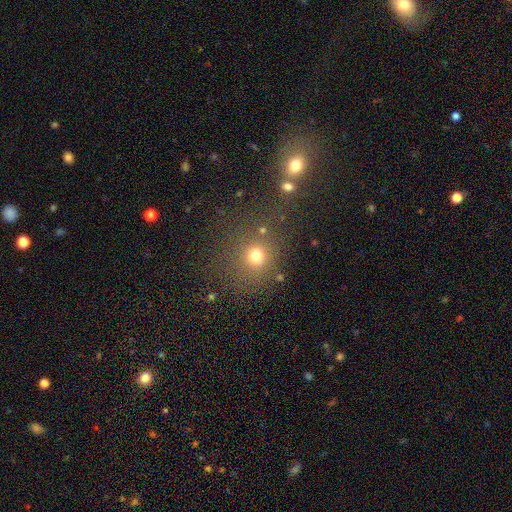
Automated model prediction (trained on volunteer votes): The model was most divided on "smooth or featured": smooth: 71%, star or artifact: 20%, featured or disk: 8%. More confident: how rounded — round (83%); merging — none (74%).